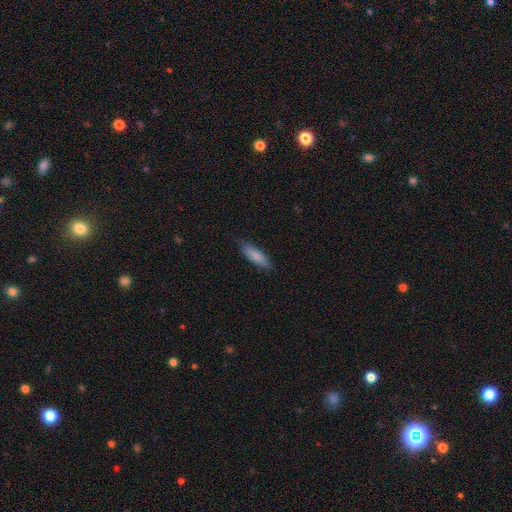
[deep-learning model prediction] Overall: smooth (84%). How rounded: cigar-shaped (50%; in between 48%). Merging: none (79%).